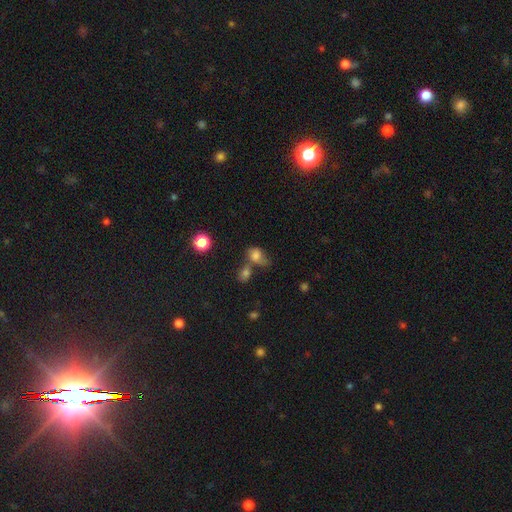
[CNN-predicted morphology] A smooth galaxy with no disk features (74%) that is in between round and cigar-shaped (63%). Merging: merger (41%).